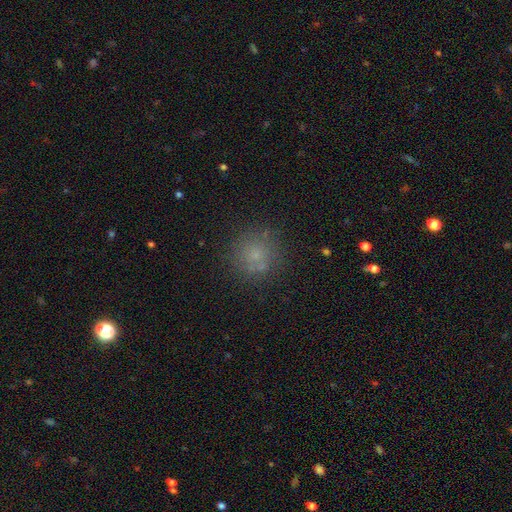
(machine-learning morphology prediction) This appears to be a smooth galaxy with no disk features (69%) that is round (94%). Merging: none (80%).